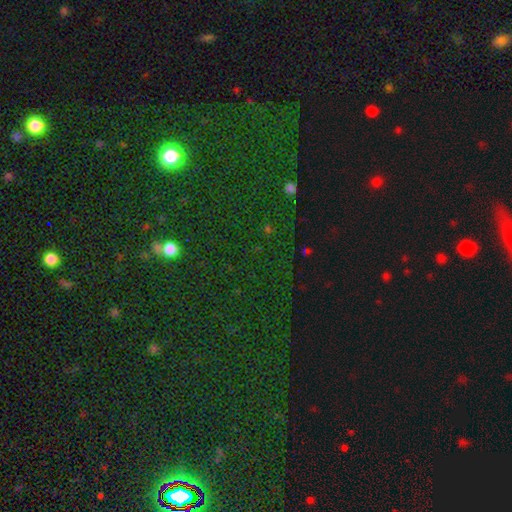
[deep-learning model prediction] Smooth or featured: star or artifact — 76% (smooth — 16%)